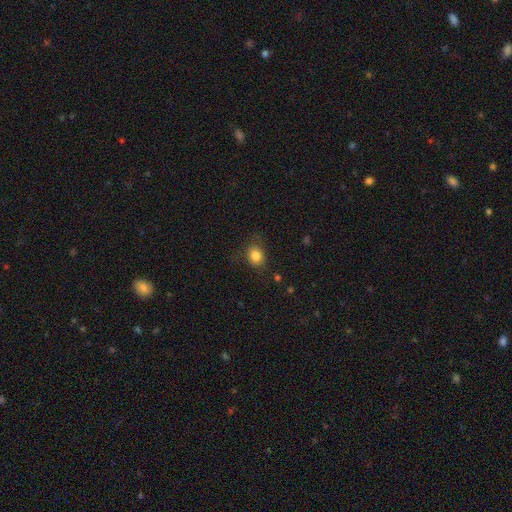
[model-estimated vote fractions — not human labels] smooth_or_featured: smooth (p=0.83) [alt: star or artifact p=0.11]
how_rounded: round (p=0.52) [alt: in between p=0.47]
merging: none (p=0.76) [alt: minor disturbance p=0.17]